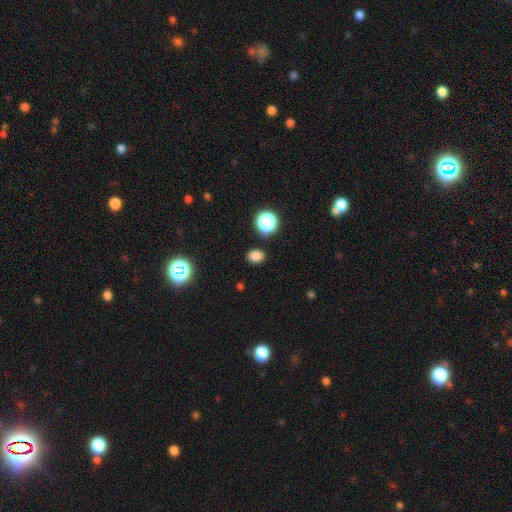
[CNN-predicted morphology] type=smooth (80%); roundness=in between (58%); merging=none (87%).